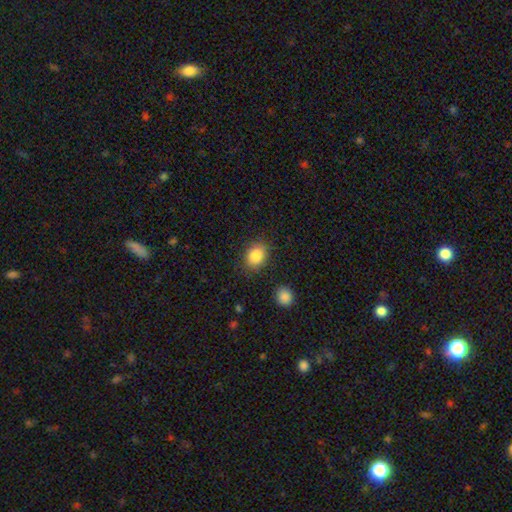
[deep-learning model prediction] Smooth or featured? smooth (85%)
How rounded? in between (60%)
Merging? none (83%)